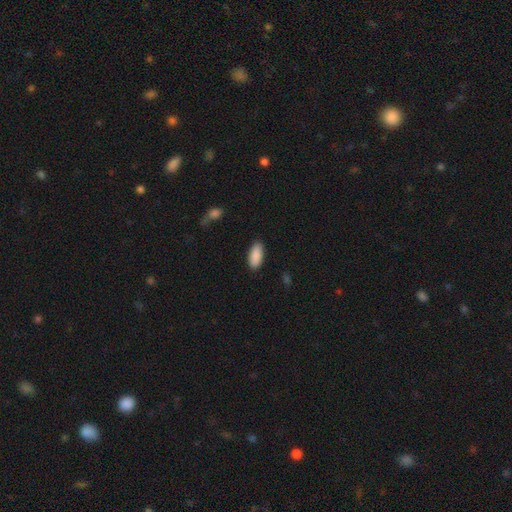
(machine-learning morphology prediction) Smooth or featured?
  - smooth: 90% *
  - star or artifact: 6%
  - featured or disk: 4%
How rounded?
  - in between: 88% *
  - cigar-shaped: 11%
  - round: 2%
Merging?
  - none: 87% *
  - minor disturbance: 9%
  - major disturbance: 2%
  - merger: 1%